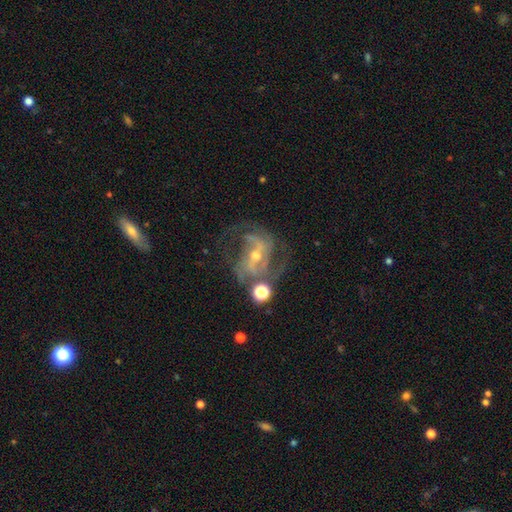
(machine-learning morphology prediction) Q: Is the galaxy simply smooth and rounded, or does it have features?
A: featured or disk — 88%.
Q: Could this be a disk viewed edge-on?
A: no — 97%.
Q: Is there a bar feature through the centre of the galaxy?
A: weak — 40%.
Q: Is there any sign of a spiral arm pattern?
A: yes — 96%.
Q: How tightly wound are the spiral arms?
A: medium — 53%.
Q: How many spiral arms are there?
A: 2 — 56%.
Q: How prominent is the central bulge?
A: small — 50%.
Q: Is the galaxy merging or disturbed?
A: none — 58%.